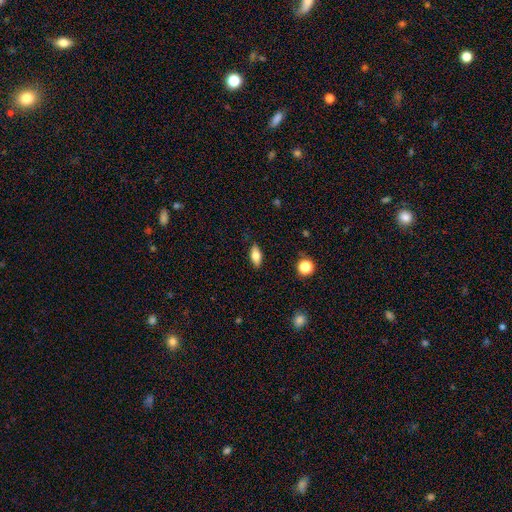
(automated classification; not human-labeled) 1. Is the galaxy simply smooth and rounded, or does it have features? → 73% smooth, 20% featured or disk, 8% star or artifact.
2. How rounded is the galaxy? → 82% in between, 14% cigar-shaped, 4% round.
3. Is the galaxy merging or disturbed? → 86% none, 10% minor disturbance, 2% major disturbance, 1% merger.